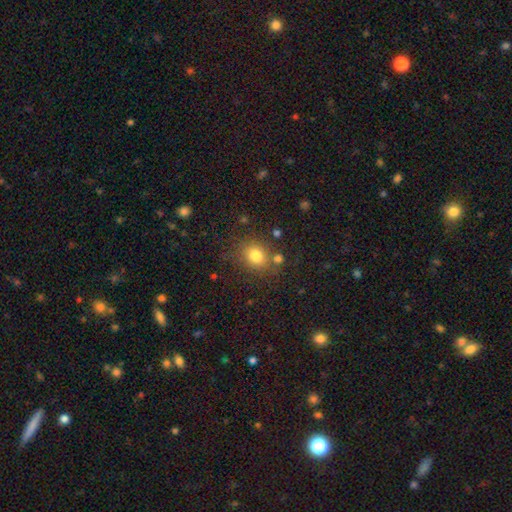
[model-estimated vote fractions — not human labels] Overall: smooth (79%). How rounded: round (68%; in between 31%). Merging: none (74%).